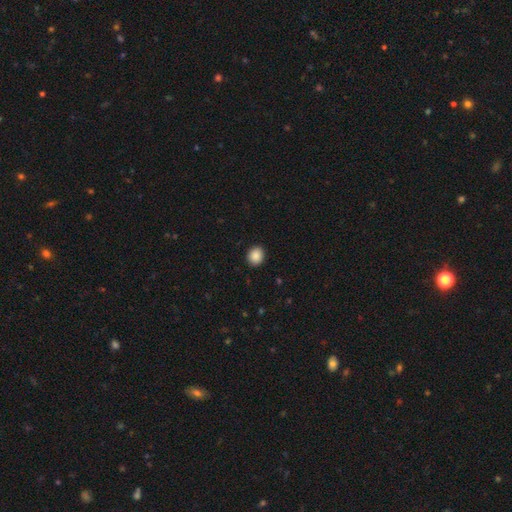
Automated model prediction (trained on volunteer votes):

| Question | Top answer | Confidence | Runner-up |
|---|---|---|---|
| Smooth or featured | smooth | 89% | star or artifact (9%) |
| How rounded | round | 71% | in between (28%) |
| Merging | none | 92% | minor disturbance (6%) |